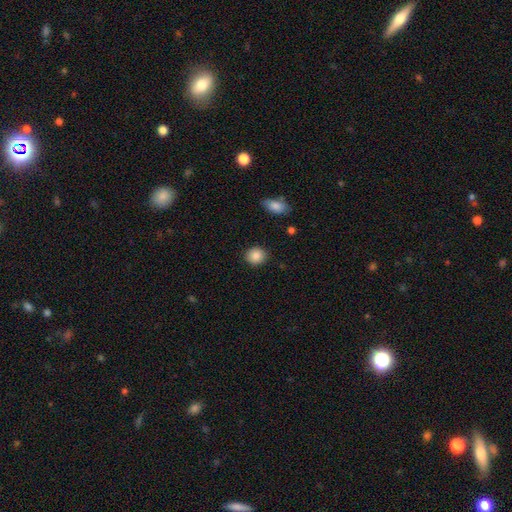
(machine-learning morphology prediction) The model was most divided on "how rounded": round: 76%, in between: 23%, cigar-shaped: 1%. More confident: merging — none (88%); smooth or featured — smooth (87%).